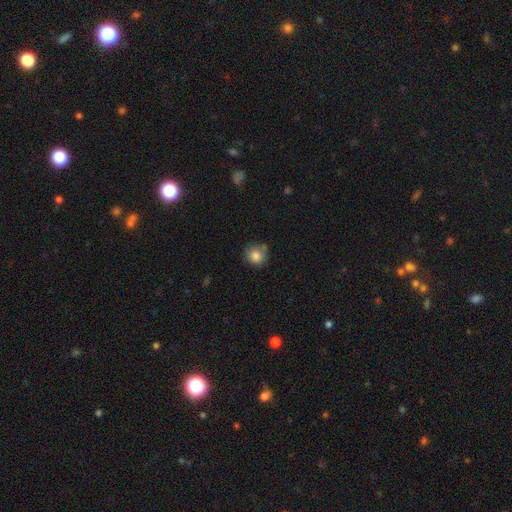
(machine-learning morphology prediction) type=smooth (84%); roundness=round (90%); merging=none (72%).